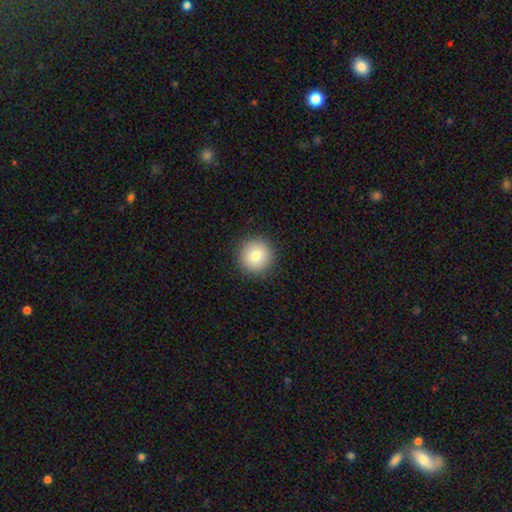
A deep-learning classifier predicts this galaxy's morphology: This appears to be a smooth galaxy with no disk features (82%) that is round (95%). Merging: none (91%).